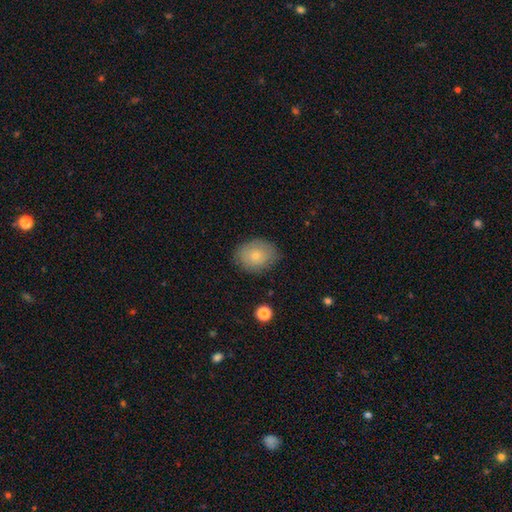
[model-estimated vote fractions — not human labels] A smooth galaxy with no disk features (75%) that is in between round and cigar-shaped (57%). Merging: none (81%).